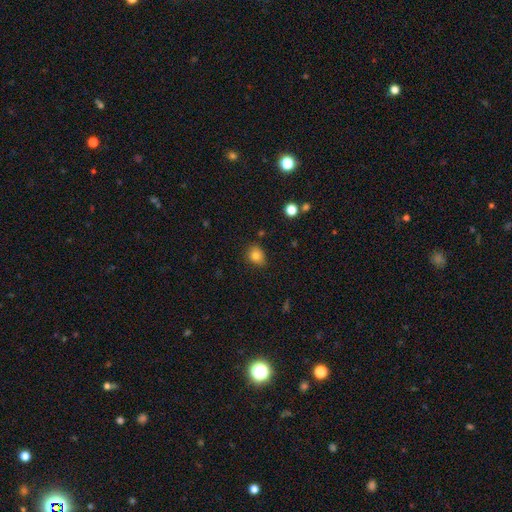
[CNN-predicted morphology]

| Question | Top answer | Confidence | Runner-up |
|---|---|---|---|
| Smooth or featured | smooth | 81% | star or artifact (12%) |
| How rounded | round | 62% | in between (37%) |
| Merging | none | 77% | minor disturbance (18%) |